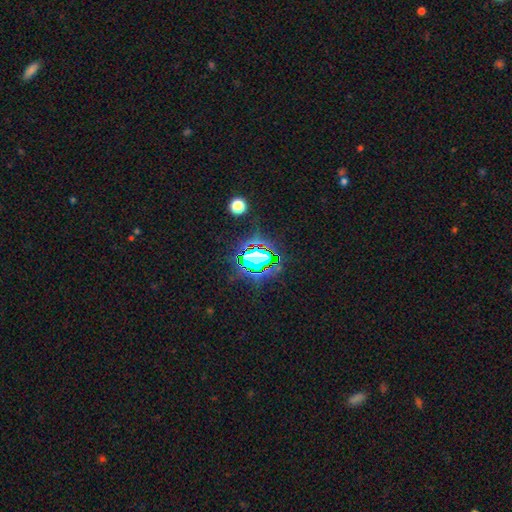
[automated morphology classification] This appears to be a star or artifact, not a galaxy (69%).